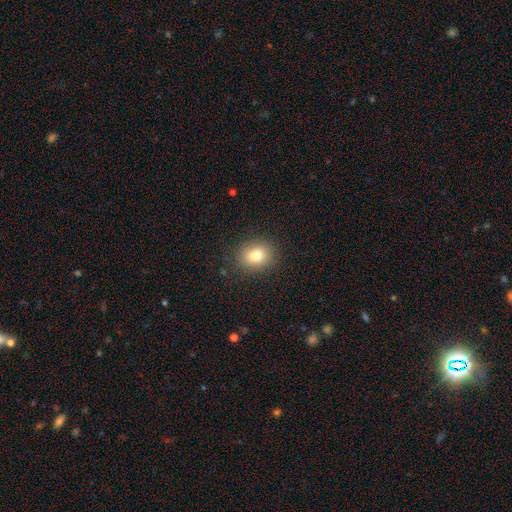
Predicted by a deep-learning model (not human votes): Smooth or featured? smooth (80%)
How rounded? round (58%)
Merging? none (87%)